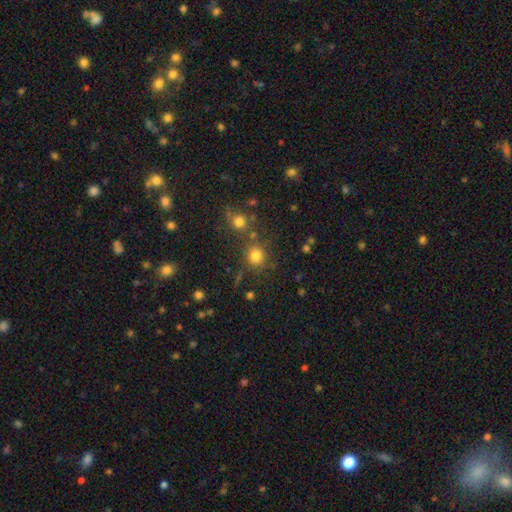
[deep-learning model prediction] A smooth galaxy with no disk features (79%) that is round (87%). Merging: none (71%).